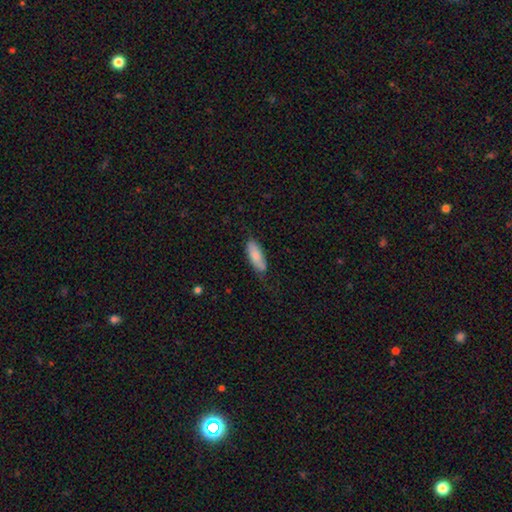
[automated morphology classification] smooth_or_featured: smooth (p=0.79) [alt: featured or disk p=0.16]
how_rounded: in between (p=0.69) [alt: cigar-shaped p=0.29]
merging: none (p=0.67) [alt: minor disturbance p=0.26]